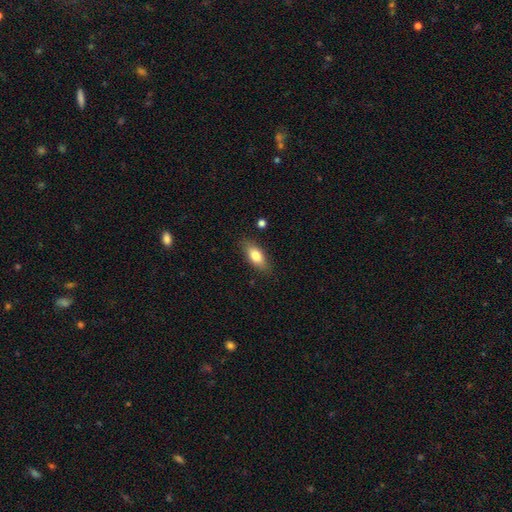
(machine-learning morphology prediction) The model was most divided on "smooth or featured": smooth: 78%, featured or disk: 15%, star or artifact: 7%. More confident: merging — none (83%); how rounded — in between (81%).